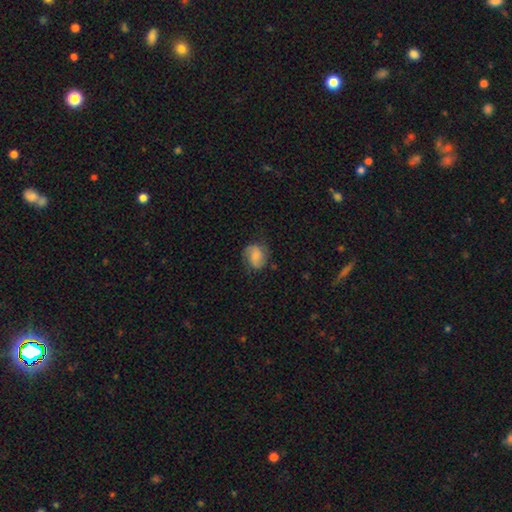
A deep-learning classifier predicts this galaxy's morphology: This appears to be a smooth galaxy with no disk features (59%) that is in between round and cigar-shaped (50%). Merging: none (65%).